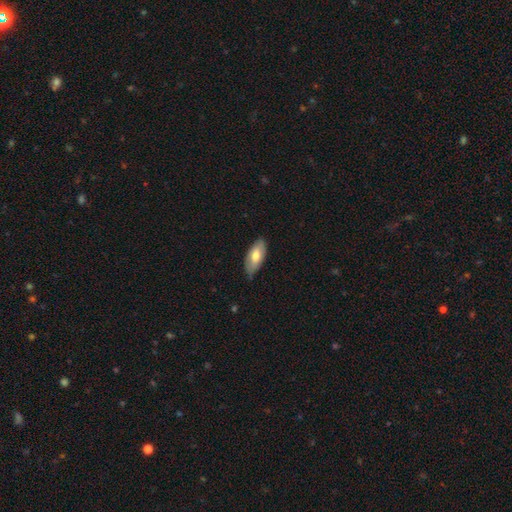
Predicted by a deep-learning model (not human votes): Q: Smooth or featured?
A: smooth (67%); runner-up: featured or disk (27%)
Q: How rounded?
A: in between (88%); runner-up: cigar-shaped (10%)
Q: Merging?
A: none (77%); runner-up: minor disturbance (20%)